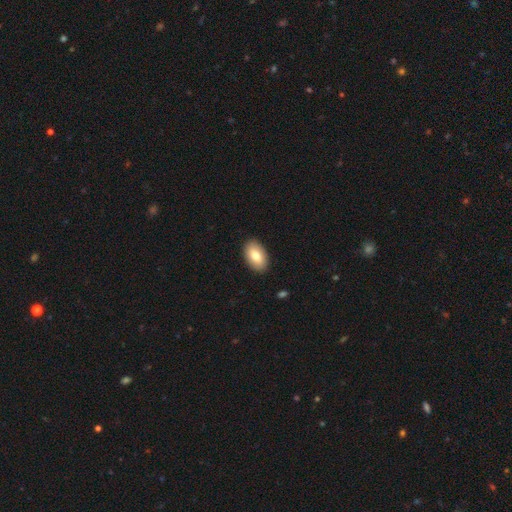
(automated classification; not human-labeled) smooth_or_featured: smooth (p=0.79) [alt: featured or disk p=0.14]
how_rounded: in between (p=0.93) [alt: round p=0.05]
merging: none (p=0.89) [alt: minor disturbance p=0.08]